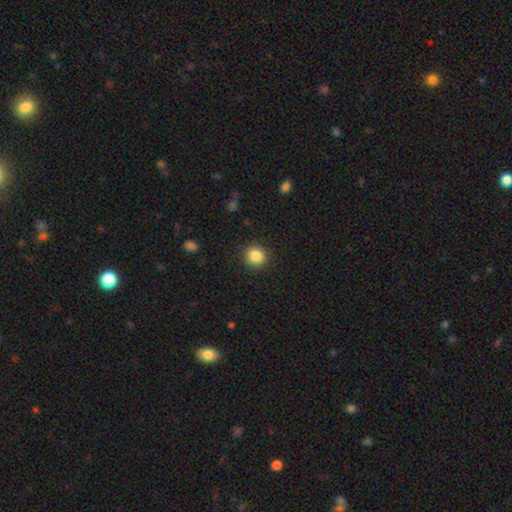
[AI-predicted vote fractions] smooth 86%, star or artifact 10%, featured or disk 4%. Down the decision tree: how rounded — round (90%); merging — none (91%).